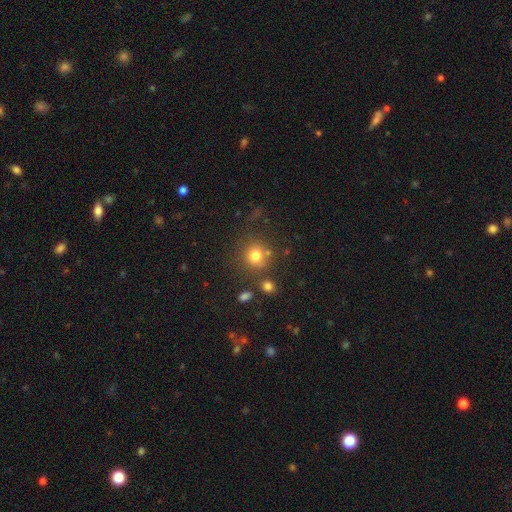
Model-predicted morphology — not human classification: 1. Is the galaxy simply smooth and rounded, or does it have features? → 77% smooth, 14% star or artifact, 9% featured or disk.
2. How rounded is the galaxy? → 87% round, 12% in between, 1% cigar-shaped.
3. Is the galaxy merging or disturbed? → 71% none, 12% minor disturbance, 11% merger, 6% major disturbance.